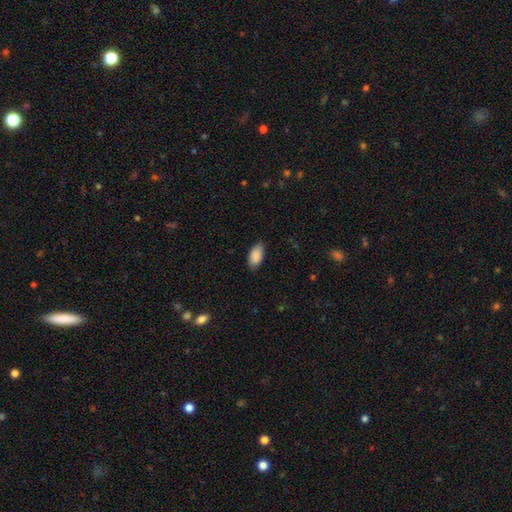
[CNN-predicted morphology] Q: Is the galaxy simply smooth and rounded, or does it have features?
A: smooth — 90%.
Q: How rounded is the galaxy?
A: in between — 94%.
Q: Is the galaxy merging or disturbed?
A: none — 83%.